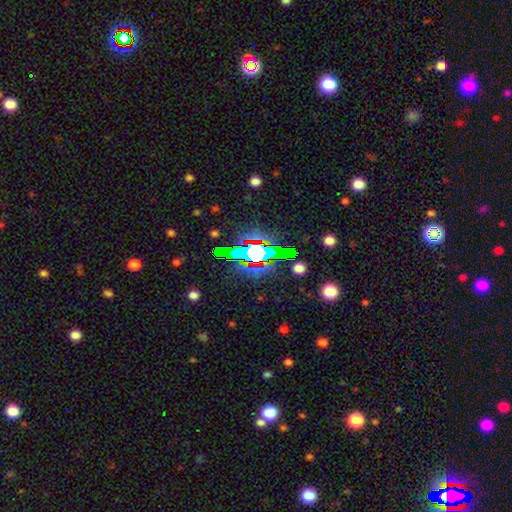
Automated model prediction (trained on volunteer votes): Overall: star or artifact (65%).